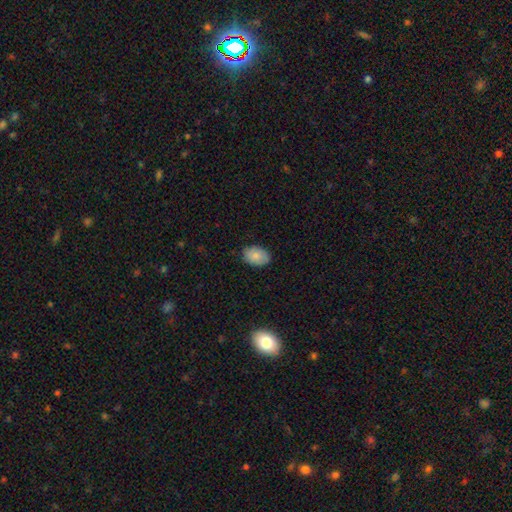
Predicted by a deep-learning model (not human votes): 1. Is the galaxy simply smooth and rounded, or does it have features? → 84% smooth, 8% featured or disk, 7% star or artifact.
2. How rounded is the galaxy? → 84% in between, 15% round, 1% cigar-shaped.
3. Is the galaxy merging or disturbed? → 86% none, 11% minor disturbance, 2% major disturbance, 1% merger.